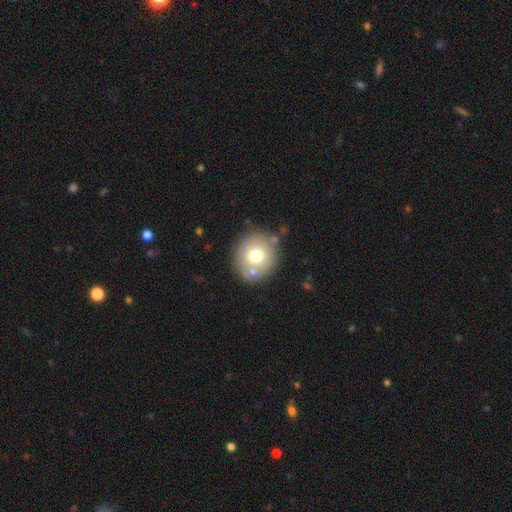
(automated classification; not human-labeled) Morphology: type=smooth (70%); roundness=round (89%); merging=none (76%).